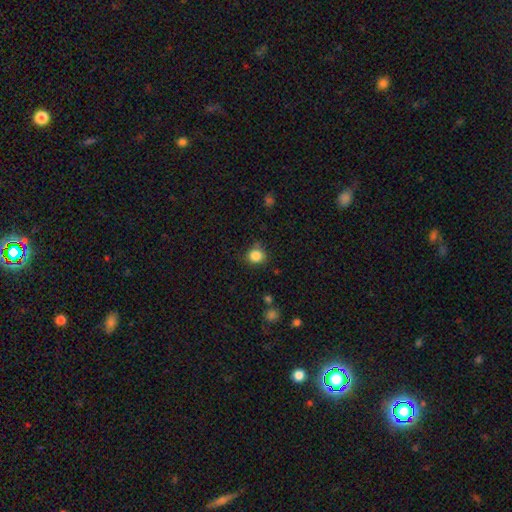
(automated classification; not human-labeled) Morphology: type=smooth (85%); roundness=round (85%); merging=none (79%).